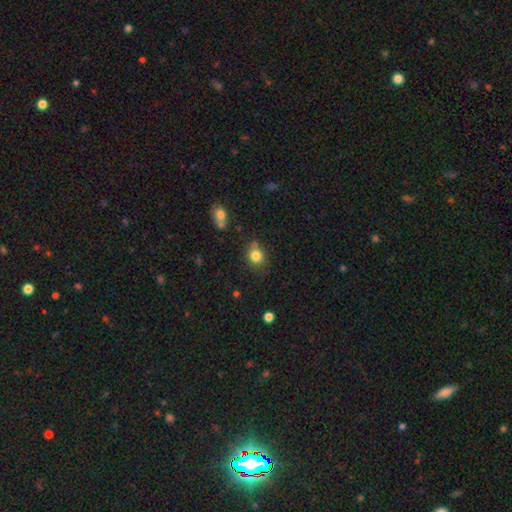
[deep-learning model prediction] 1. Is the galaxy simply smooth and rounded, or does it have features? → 82% smooth, 11% star or artifact, 7% featured or disk.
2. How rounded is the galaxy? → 72% round, 27% in between, 1% cigar-shaped.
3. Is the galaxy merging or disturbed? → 71% none, 17% minor disturbance, 8% merger, 5% major disturbance.